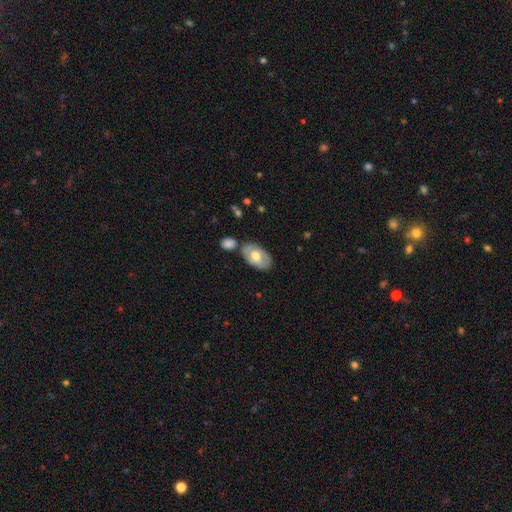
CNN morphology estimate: Smooth or featured: smooth — 51% (featured or disk — 43%)
How rounded: in between — 91% (round — 7%)
Merging: none — 64% (minor disturbance — 18%)